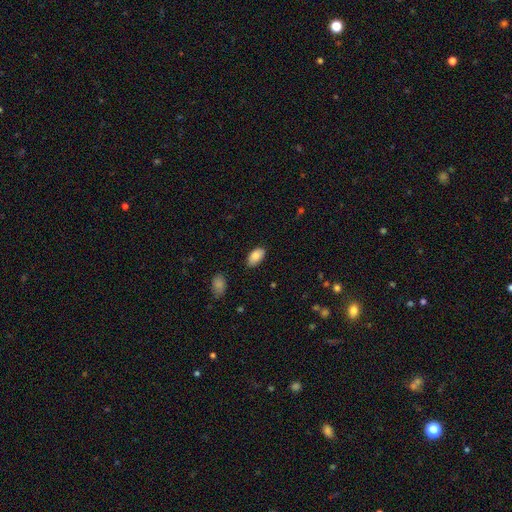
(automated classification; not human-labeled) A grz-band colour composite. It shows a smooth galaxy with no disk features (85%) that is in between round and cigar-shaped (95%). Merging: none (85%).